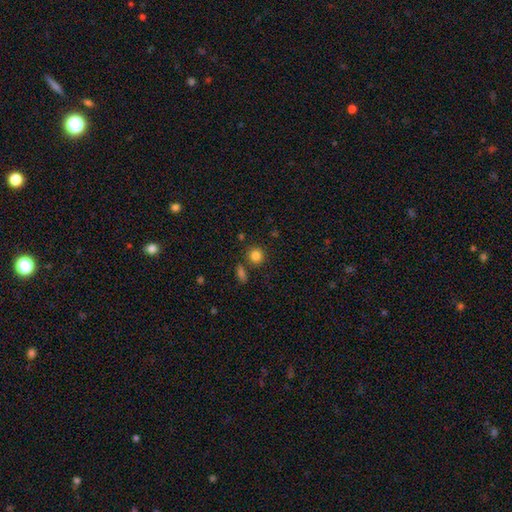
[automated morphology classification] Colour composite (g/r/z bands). It shows a smooth galaxy with no disk features (84%) that is round (89%). Merging: none (80%).